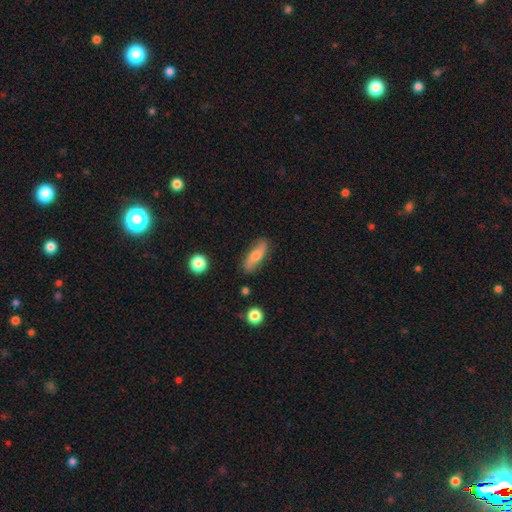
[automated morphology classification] smooth-or-featured: smooth: 59% | featured or disk: 33% | star or artifact: 7%
  how-rounded: in between: 54% | cigar-shaped: 42% | round: 4%
  merging: none: 81% | minor disturbance: 14% | major disturbance: 3% | merger: 2%